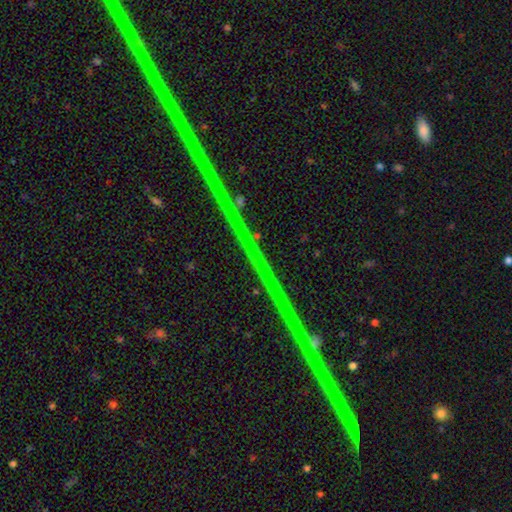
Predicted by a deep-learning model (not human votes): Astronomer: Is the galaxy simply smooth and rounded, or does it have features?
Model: star or artifact — 88%.